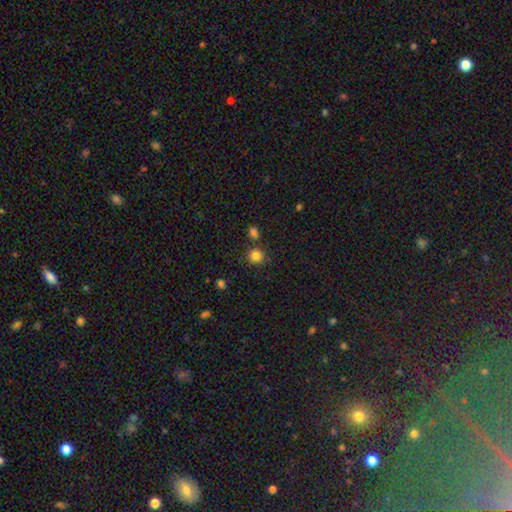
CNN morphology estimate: A smooth galaxy with no disk features (83%) that is round (90%). Merging: none (77%).